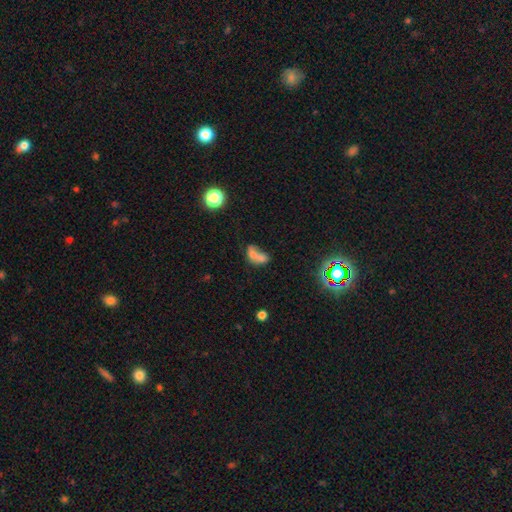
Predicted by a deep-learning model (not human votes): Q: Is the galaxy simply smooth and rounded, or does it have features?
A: smooth — 64%.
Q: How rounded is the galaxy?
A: in between — 72%.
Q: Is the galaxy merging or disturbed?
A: merger — 67%.